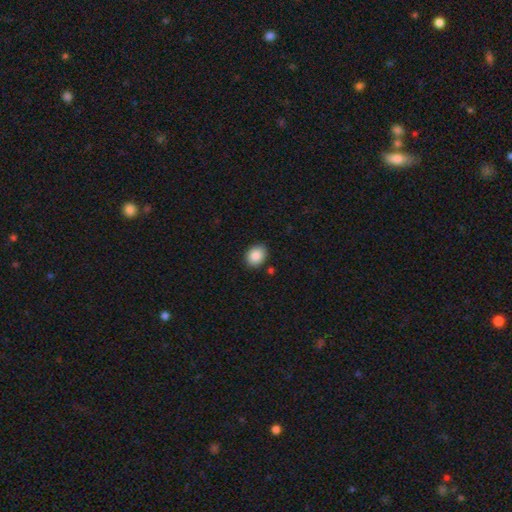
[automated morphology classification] This appears to be a smooth galaxy with no disk features (88%) that is in between round and cigar-shaped (55%). Merging: none (85%).